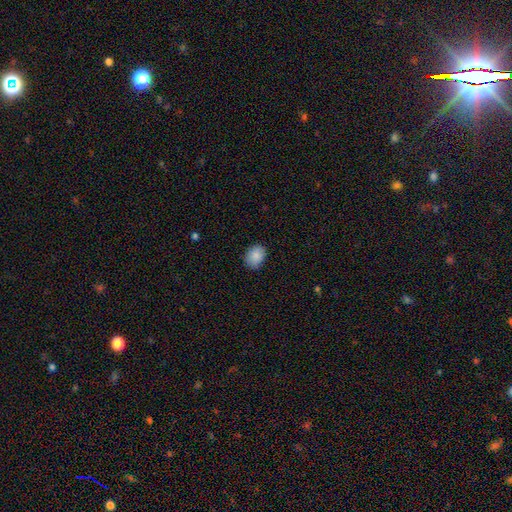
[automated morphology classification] This appears to be a smooth galaxy with no disk features (89%) that is in between round and cigar-shaped (65%). Merging: none (82%).